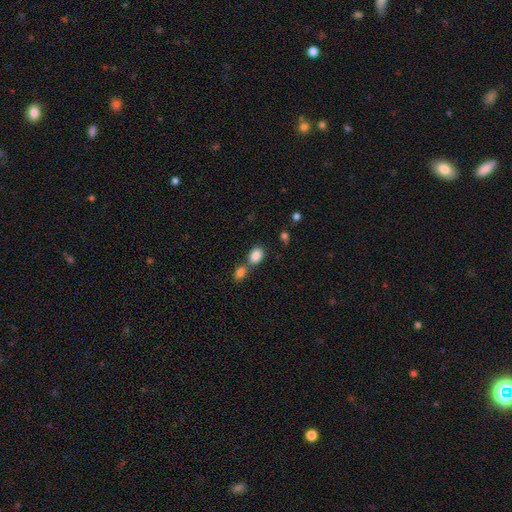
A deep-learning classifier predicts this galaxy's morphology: smooth_or_featured: smooth (p=0.86) [alt: star or artifact p=0.09]
how_rounded: in between (p=0.76) [alt: round p=0.23]
merging: none (p=0.45) [alt: merger p=0.42]